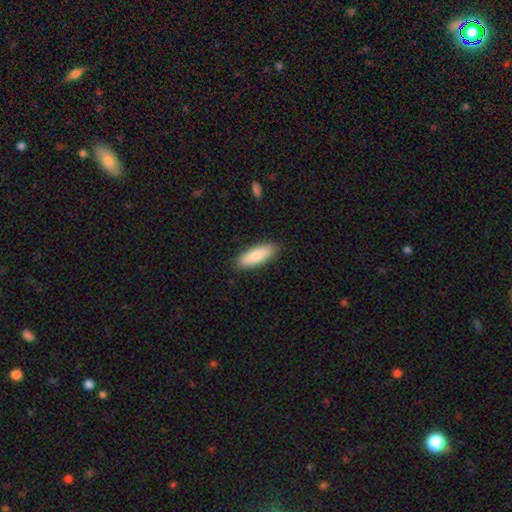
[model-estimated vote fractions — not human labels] A smooth galaxy with no disk features (82%) that is in between round and cigar-shaped (61%). Merging: none (87%).